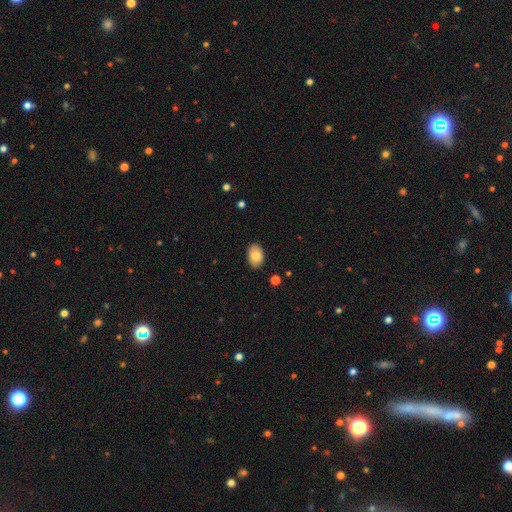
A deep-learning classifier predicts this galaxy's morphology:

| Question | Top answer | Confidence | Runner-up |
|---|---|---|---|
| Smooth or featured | smooth | 83% | featured or disk (10%) |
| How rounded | in between | 89% | round (10%) |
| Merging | none | 87% | minor disturbance (10%) |